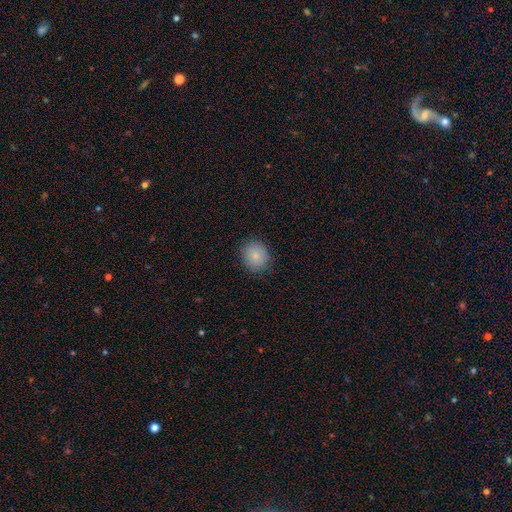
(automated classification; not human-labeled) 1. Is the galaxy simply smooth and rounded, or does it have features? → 83% smooth, 9% star or artifact, 8% featured or disk.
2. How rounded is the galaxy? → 77% round, 22% in between, 1% cigar-shaped.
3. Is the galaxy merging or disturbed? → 84% none, 12% minor disturbance, 3% major disturbance, 1% merger.